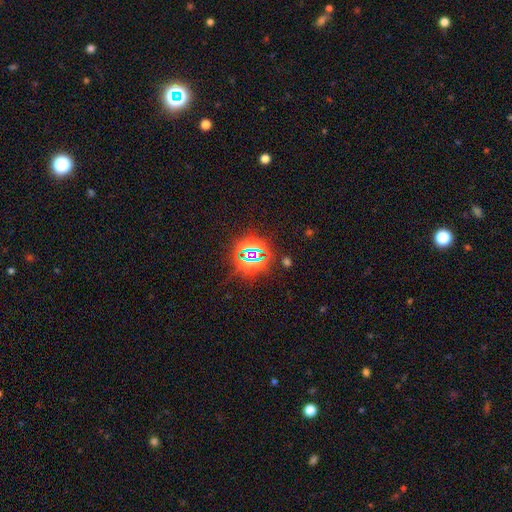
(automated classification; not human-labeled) Morphology: type=star or artifact (77%).